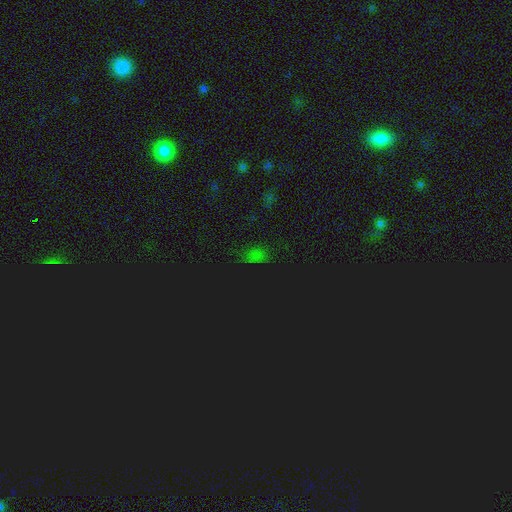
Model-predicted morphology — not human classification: Smooth or featured?
  - star or artifact: 55% *
  - smooth: 39%
  - featured or disk: 6%